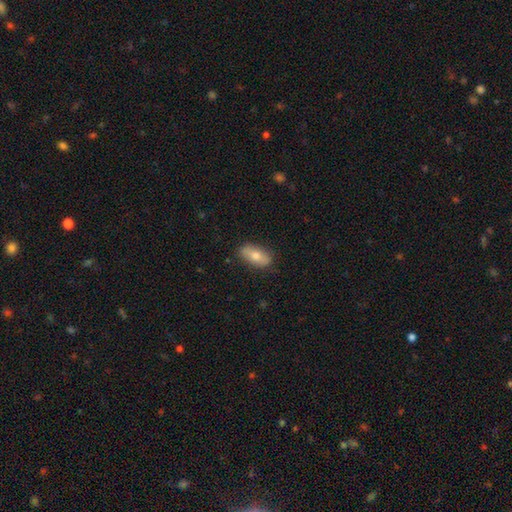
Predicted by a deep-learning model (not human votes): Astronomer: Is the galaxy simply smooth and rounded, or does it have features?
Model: smooth — 72%.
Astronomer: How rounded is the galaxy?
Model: in between — 88%.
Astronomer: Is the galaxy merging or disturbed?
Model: none — 83%.